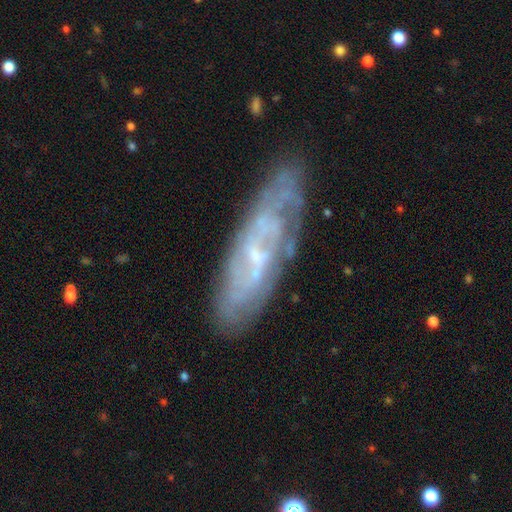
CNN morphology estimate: A featured or disk galaxy (75%) with no bar (47%), spiral arms (80%) and a small central bulge (65%).

Vote fractions:
- Smooth or featured? featured or disk: 75% / smooth: 18% / star or artifact: 8%
- Edge-on disk? no: 78% / yes: 22%
- Bar? no: 47% / weak: 42% / strong: 11%
- Spiral arms? yes: 80% / no: 20%
- Bulge size? small: 65% / moderate: 19% / none: 13% / large: 1% / dominant: 1%
- Merging? none: 76% / minor disturbance: 17% / major disturbance: 5% / merger: 2%